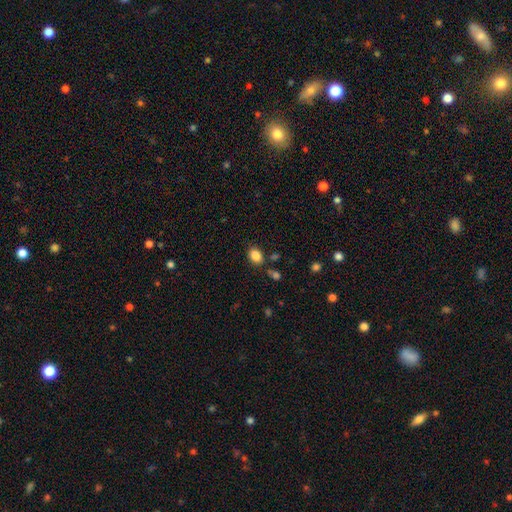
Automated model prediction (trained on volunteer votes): This is clearly a smooth galaxy (86%). How rounded: likely in between (74%). Merging: likely none (79%).